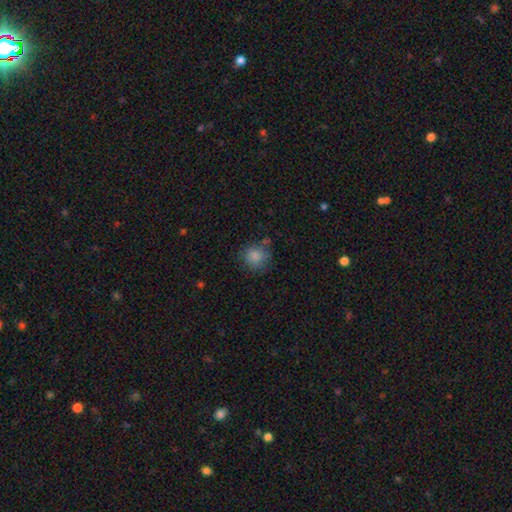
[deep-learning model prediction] Smooth or featured? Predicted: smooth (p=0.82). How rounded? Predicted: round (p=0.88). Merging? Predicted: none (p=0.76).